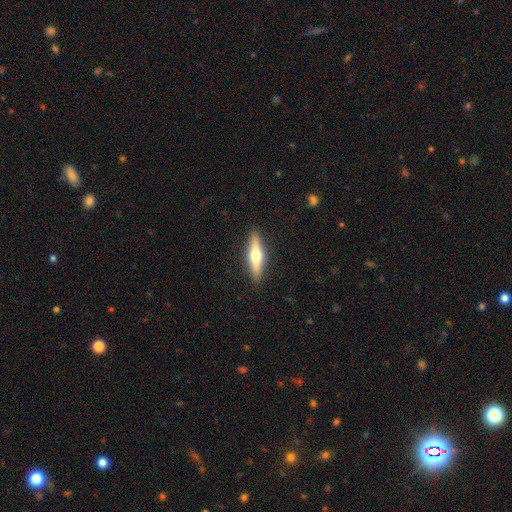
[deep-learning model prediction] Morphology: type=featured or disk (53%); edge-on=yes (94%); merging=none (90%).